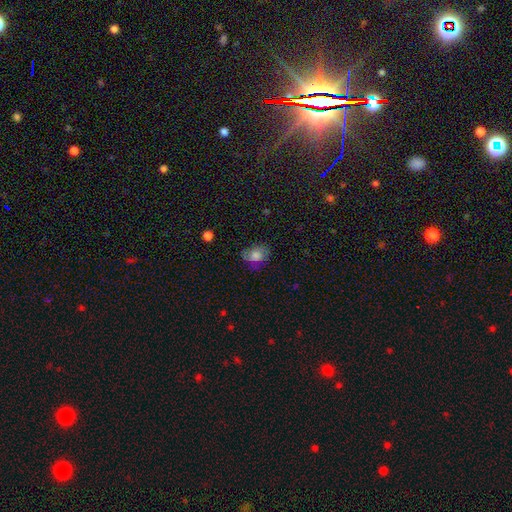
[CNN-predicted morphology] This appears to be a smooth galaxy with no disk features (54%) that is in between round and cigar-shaped (52%). Merging: none (65%).